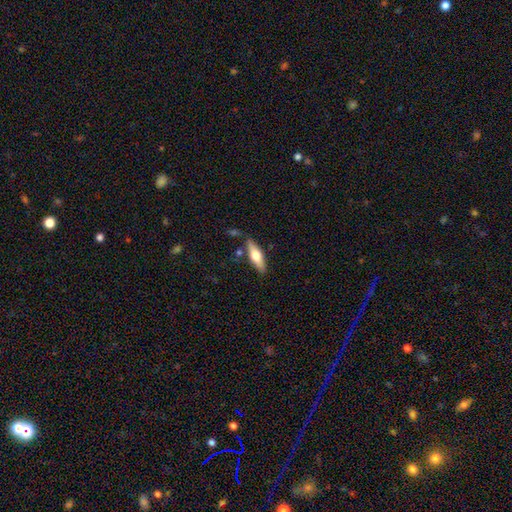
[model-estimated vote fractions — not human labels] This appears to be a smooth galaxy with no disk features (54%) that is cigar-shaped (56%). Merging: none (80%).